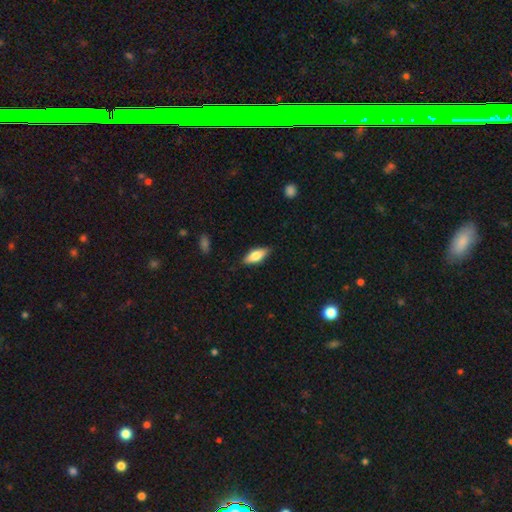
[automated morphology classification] Smooth or featured: smooth — 72% (featured or disk — 22%)
How rounded: in between — 71% (cigar-shaped — 27%)
Merging: none — 85% (minor disturbance — 12%)